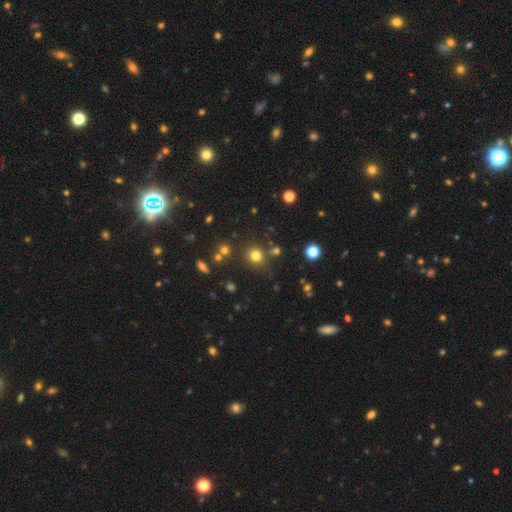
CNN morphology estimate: This appears to be a smooth galaxy with no disk features (76%) that is round (86%). Merging: none (78%).